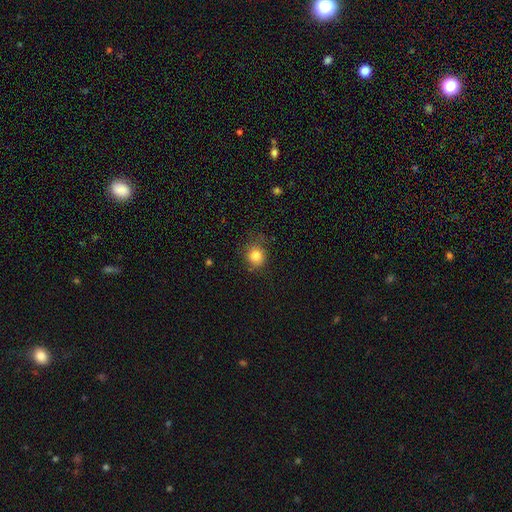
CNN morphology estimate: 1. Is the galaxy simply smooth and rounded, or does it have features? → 83% smooth, 11% star or artifact, 6% featured or disk.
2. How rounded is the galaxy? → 82% round, 17% in between, 1% cigar-shaped.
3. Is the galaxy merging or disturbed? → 73% none, 20% minor disturbance, 6% major disturbance, 2% merger.